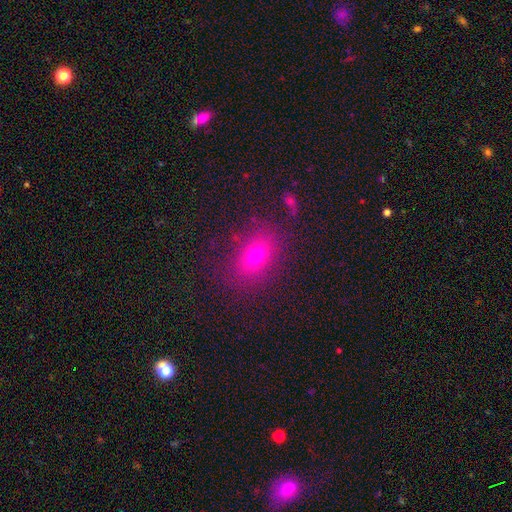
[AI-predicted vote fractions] This is likely a smooth galaxy (69%). How rounded: likely in between (73%). Merging: likely none (80%).